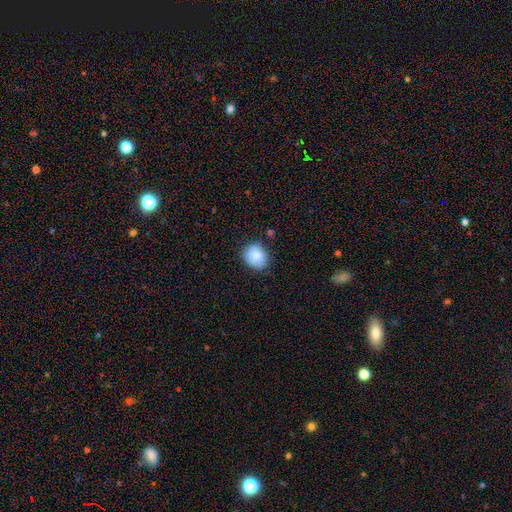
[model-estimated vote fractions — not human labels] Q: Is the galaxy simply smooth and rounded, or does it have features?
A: smooth — 83%.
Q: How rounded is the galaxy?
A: round — 62%.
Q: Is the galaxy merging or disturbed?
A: none — 74%.